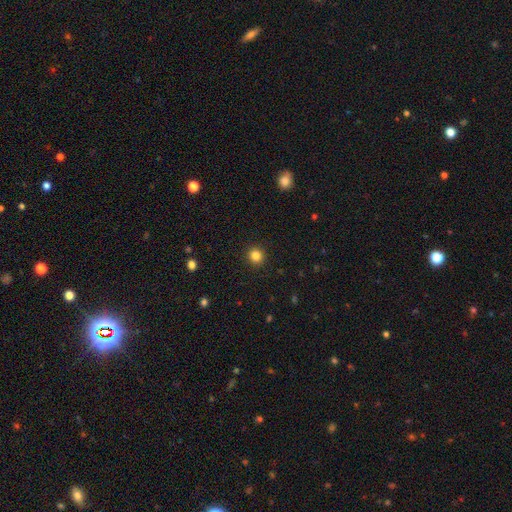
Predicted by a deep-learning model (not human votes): Smooth or featured? Predicted: smooth (p=0.84). How rounded? Predicted: round (p=0.94). Merging? Predicted: none (p=0.92).